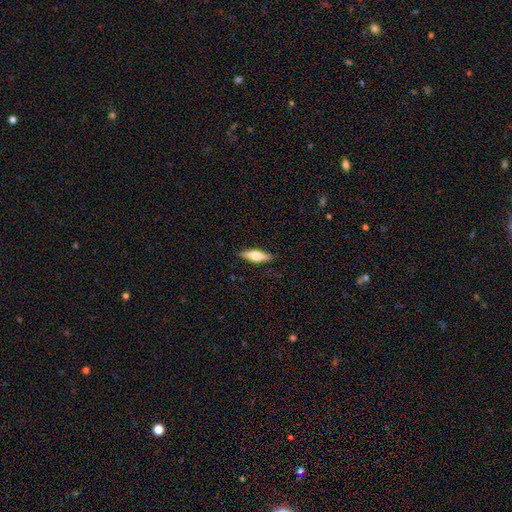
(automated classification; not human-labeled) This is possibly a smooth galaxy (50%). Merging: clearly none (87%).